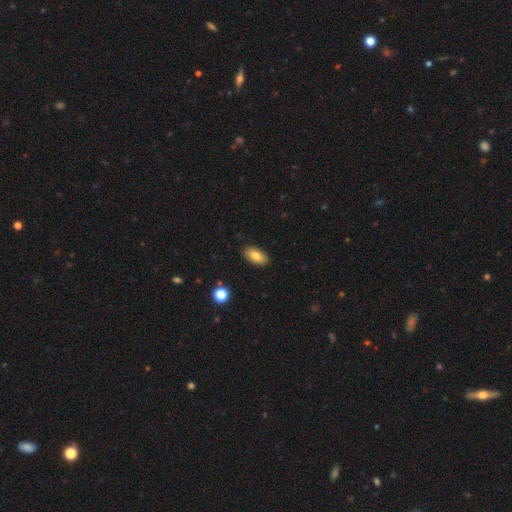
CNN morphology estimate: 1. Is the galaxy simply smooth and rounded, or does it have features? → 81% smooth, 11% featured or disk, 8% star or artifact.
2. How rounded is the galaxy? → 92% in between, 4% cigar-shaped, 4% round.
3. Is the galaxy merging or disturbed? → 88% none, 9% minor disturbance, 2% major disturbance, 1% merger.